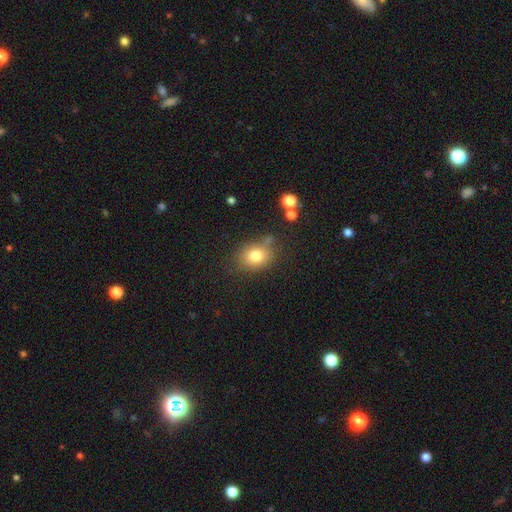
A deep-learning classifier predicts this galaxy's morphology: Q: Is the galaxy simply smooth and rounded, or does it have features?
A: smooth — 79%.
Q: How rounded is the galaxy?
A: in between — 55%.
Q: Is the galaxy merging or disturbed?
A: none — 68%.